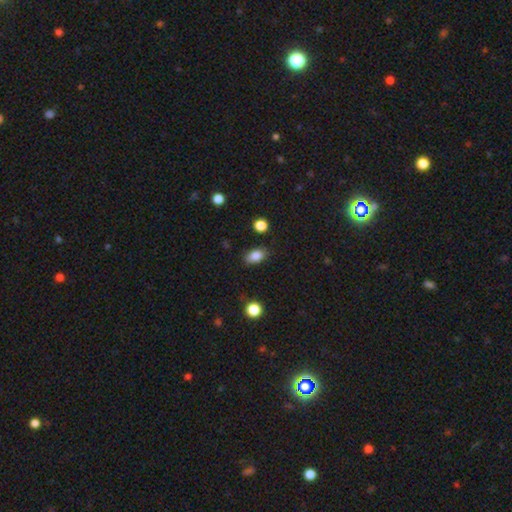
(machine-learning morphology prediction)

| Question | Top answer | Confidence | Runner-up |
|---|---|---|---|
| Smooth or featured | smooth | 85% | star or artifact (9%) |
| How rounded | in between | 85% | round (12%) |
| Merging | none | 84% | minor disturbance (12%) |